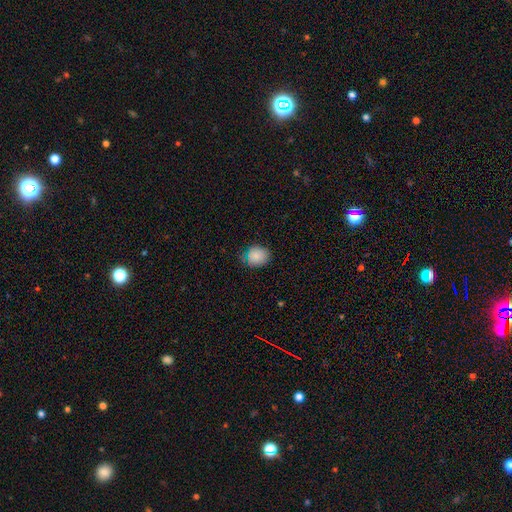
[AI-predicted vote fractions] The model was most divided on "how rounded": round: 63%, in between: 36%, cigar-shaped: 1%. More confident: smooth or featured — smooth (87%); merging — none (76%).